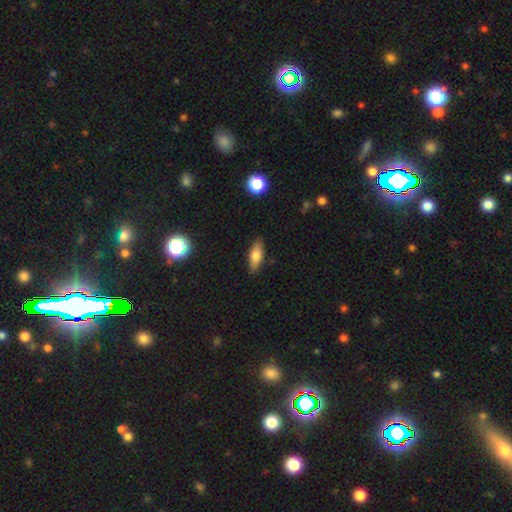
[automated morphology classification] type=smooth (71%); roundness=in between (72%); merging=none (86%).